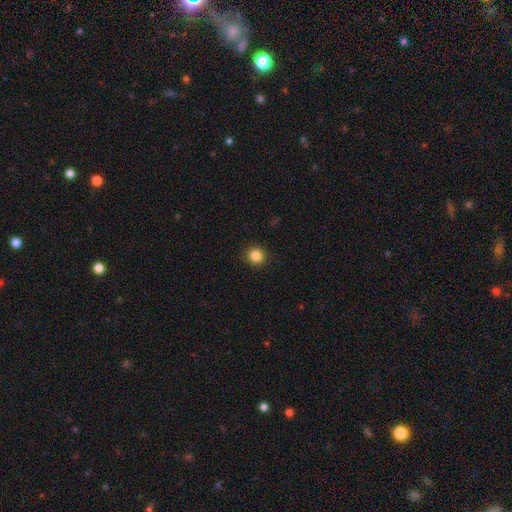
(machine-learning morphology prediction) smooth 85%, star or artifact 11%, featured or disk 4%. Down the decision tree: how rounded — round (93%); merging — none (92%).